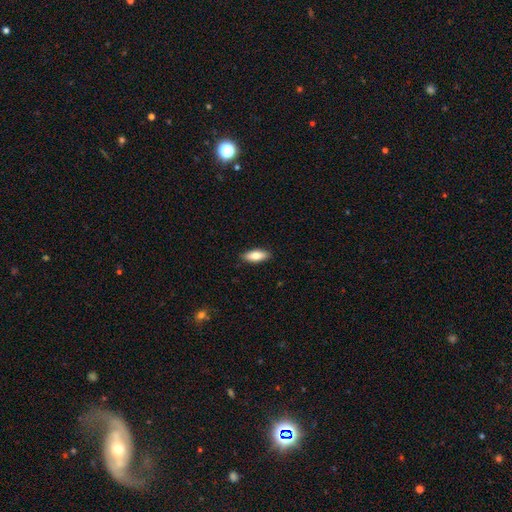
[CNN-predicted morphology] Overall: smooth (79%). How rounded: in between (76%). Merging: none (89%).